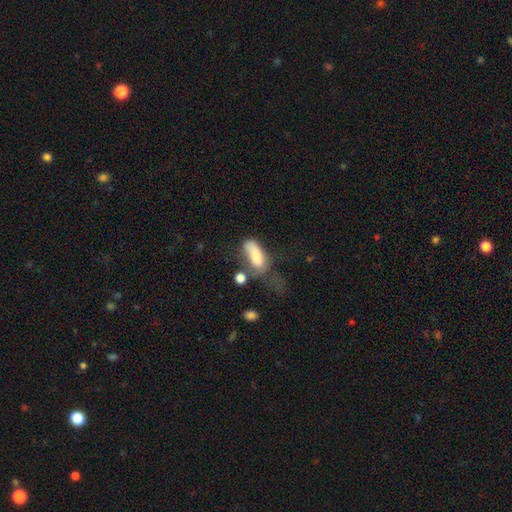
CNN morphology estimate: This appears to be a smooth galaxy with no disk features (76%) that is in between round and cigar-shaped (80%). Merging: major disturbance (35%).